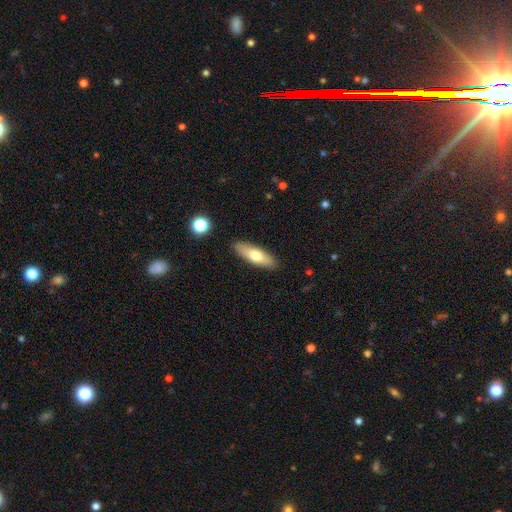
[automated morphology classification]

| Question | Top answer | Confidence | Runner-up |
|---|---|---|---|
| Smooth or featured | smooth | 67% | featured or disk (27%) |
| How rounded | in between | 52% | cigar-shaped (46%) |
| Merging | none | 88% | minor disturbance (8%) |